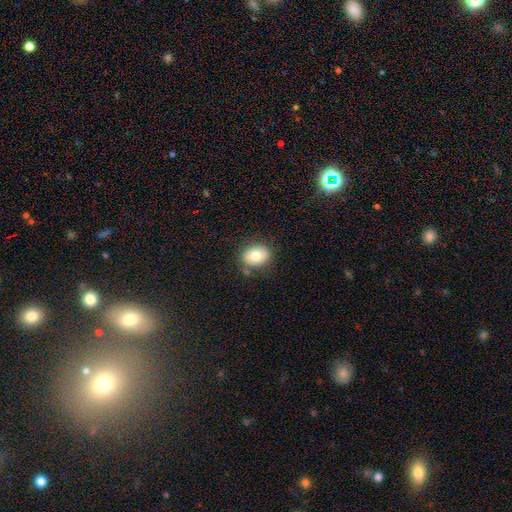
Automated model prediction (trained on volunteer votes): Smooth or featured?
  - smooth: 78% *
  - featured or disk: 13%
  - star or artifact: 9%
How rounded?
  - in between: 56% *
  - round: 43%
  - cigar-shaped: 1%
Merging?
  - none: 81% *
  - minor disturbance: 12%
  - merger: 3%
  - major disturbance: 3%